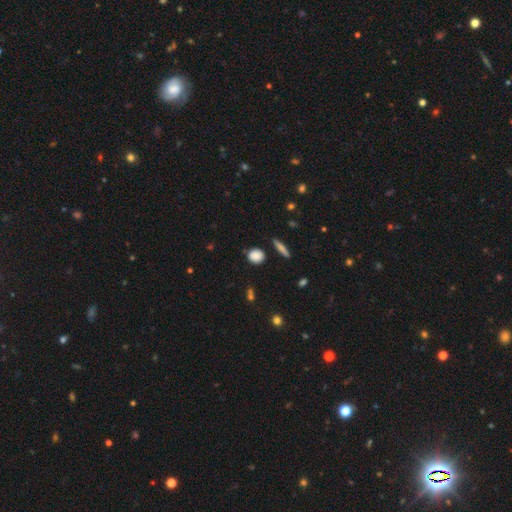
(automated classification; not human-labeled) Morphology: type=smooth (84%); roundness=round (75%); merging=none (82%).